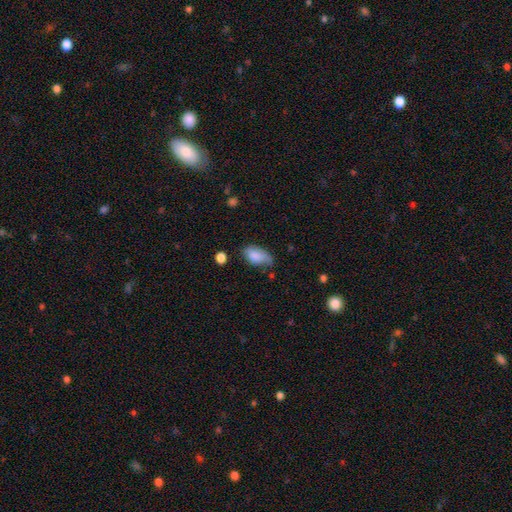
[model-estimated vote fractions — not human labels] This appears to be a smooth galaxy with no disk features (81%) that is in between round and cigar-shaped (93%). Merging: none (49%).